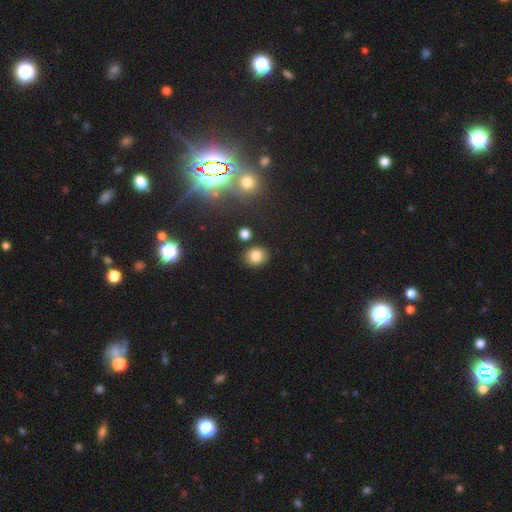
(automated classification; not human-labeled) Smooth or featured? Predicted: smooth (p=0.81). How rounded? Predicted: round (p=0.75). Merging? Predicted: none (p=0.84).